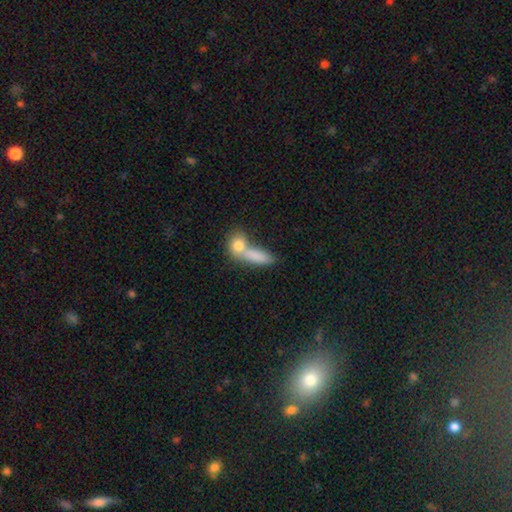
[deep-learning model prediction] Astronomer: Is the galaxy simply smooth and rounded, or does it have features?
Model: smooth — 81%.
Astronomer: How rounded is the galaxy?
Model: in between — 53% (runner-up: cigar-shaped, 34%).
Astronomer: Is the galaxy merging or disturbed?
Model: merger — 50% (runner-up: none, 36%).